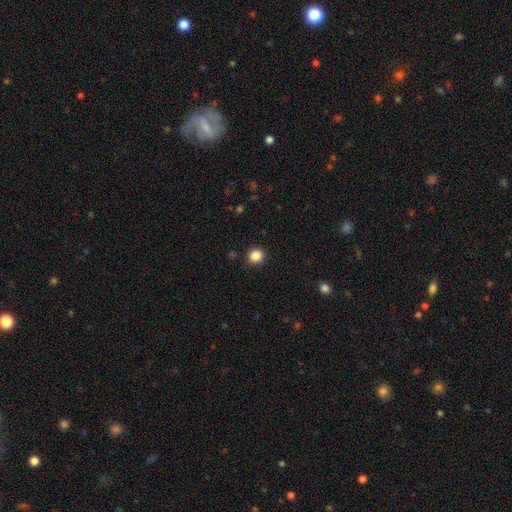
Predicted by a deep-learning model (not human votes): Overall: smooth (86%). How rounded: round (85%). Merging: none (91%).